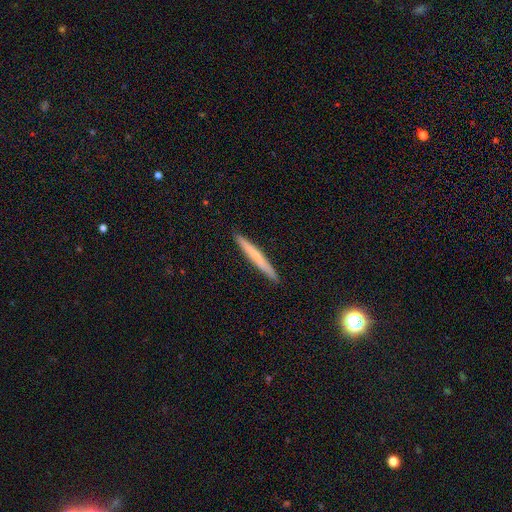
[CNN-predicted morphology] Smooth or featured? smooth (62%)
How rounded? cigar-shaped (97%)
Merging? none (92%)